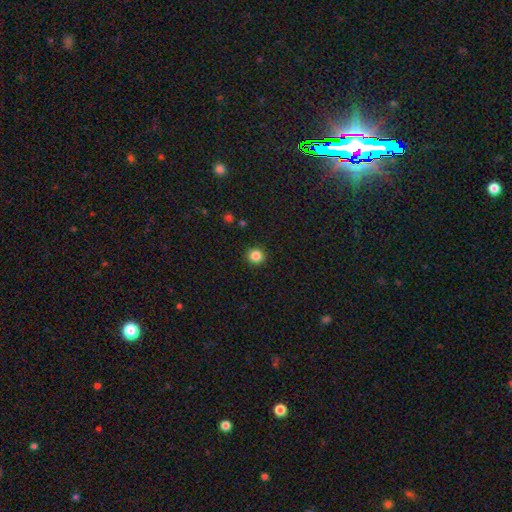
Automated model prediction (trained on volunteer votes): A smooth galaxy with no disk features (85%) that is round (93%).

Vote fractions:
- Smooth or featured? smooth: 85% / star or artifact: 11% / featured or disk: 4%
- How rounded? round: 93% / in between: 6% / cigar-shaped: 1%
- Merging? none: 92% / minor disturbance: 5% / major disturbance: 2% / merger: 1%